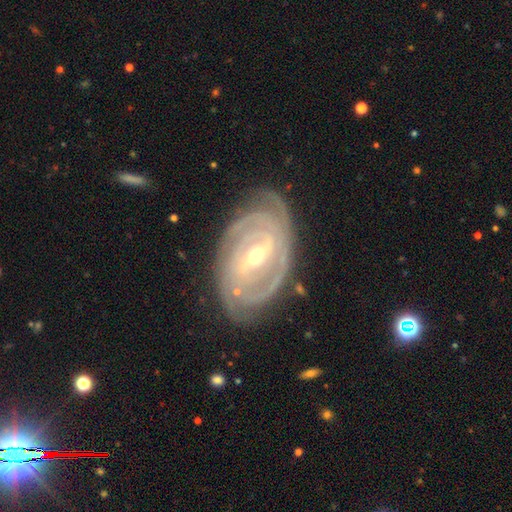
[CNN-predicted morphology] Q: Smooth or featured?
A: featured or disk (90%); runner-up: star or artifact (5%)
Q: Edge-on disk?
A: no (96%); runner-up: yes (4%)
Q: Bar?
A: strong (49%); runner-up: weak (40%)
Q: Spiral arms?
A: yes (97%); runner-up: no (3%)
Q: Spiral winding?
A: tight (78%); runner-up: medium (19%)
Q: Spiral arm count?
A: 3 (27%); runner-up: can't tell (21%)
Q: Bulge size?
A: moderate (50%); runner-up: small (47%)
Q: Merging?
A: none (77%); runner-up: minor disturbance (16%)